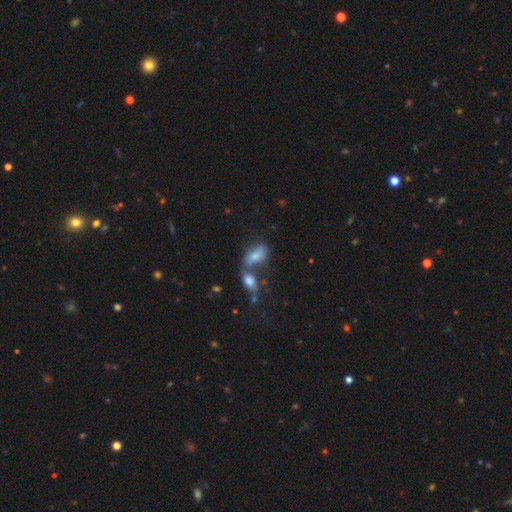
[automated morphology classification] A smooth galaxy with no disk features (66%) that is in between round and cigar-shaped (86%).

Vote fractions:
- Smooth or featured? smooth: 66% / featured or disk: 23% / star or artifact: 10%
- How rounded? in between: 86% / round: 7% / cigar-shaped: 7%
- Merging? merger: 51% / none: 30% / minor disturbance: 12% / major disturbance: 7%